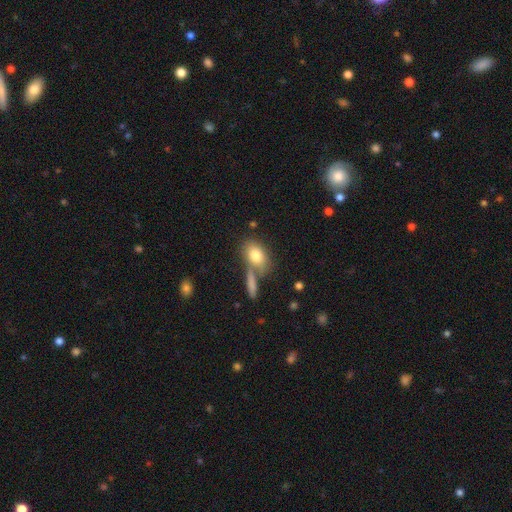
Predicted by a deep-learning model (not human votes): Smooth or featured? smooth (79%)
How rounded? in between (81%)
Merging? none (55%)